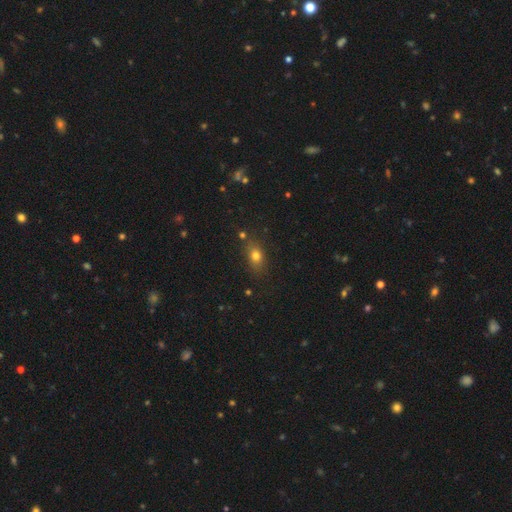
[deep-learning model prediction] Smooth or featured: smooth — 74% (star or artifact — 15%)
How rounded: in between — 66% (round — 30%)
Merging: none — 78% (minor disturbance — 14%)